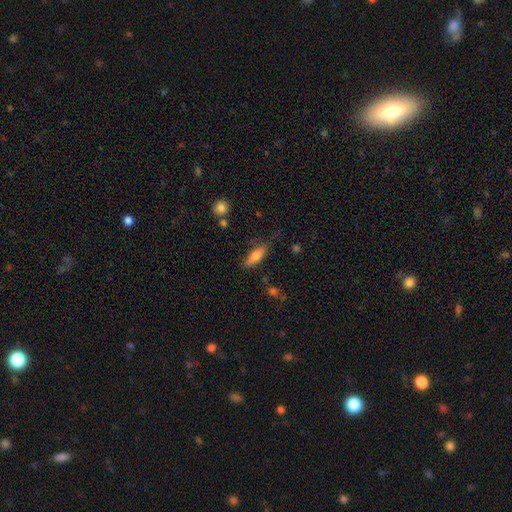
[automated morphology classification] Smooth or featured? smooth (74%)
How rounded? in between (65%)
Merging? none (67%)